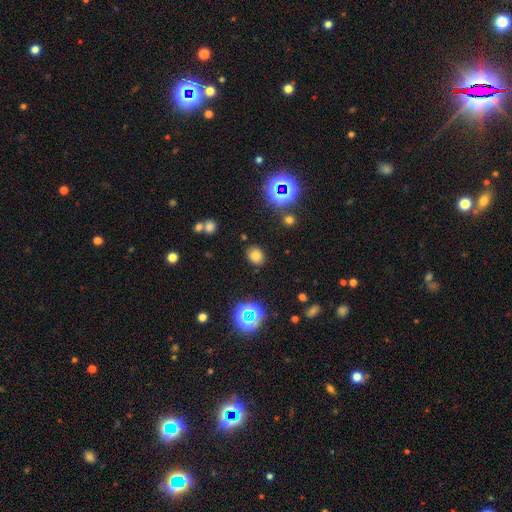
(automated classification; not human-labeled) smooth_or_featured: smooth (p=0.73) [alt: star or artifact p=0.20]
how_rounded: round (p=0.58) [alt: in between p=0.41]
merging: none (p=0.85) [alt: minor disturbance p=0.09]